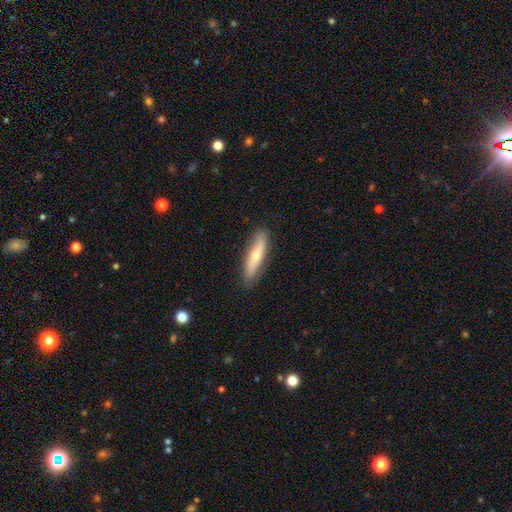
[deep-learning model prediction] Smooth or featured? smooth (57%)
How rounded? cigar-shaped (77%)
Merging? none (85%)